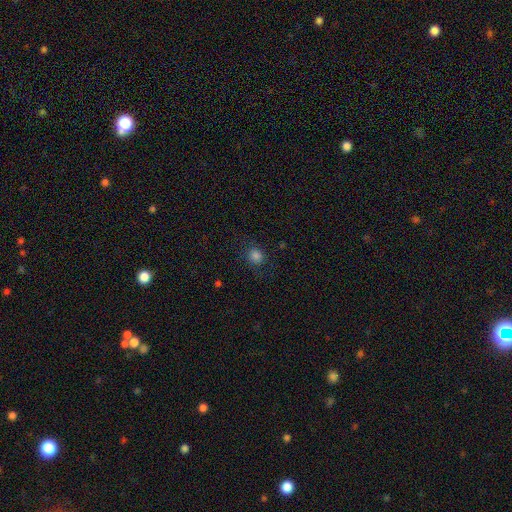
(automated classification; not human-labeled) This is clearly a smooth galaxy (82%). How rounded: clearly round (81%). Merging: clearly none (82%).